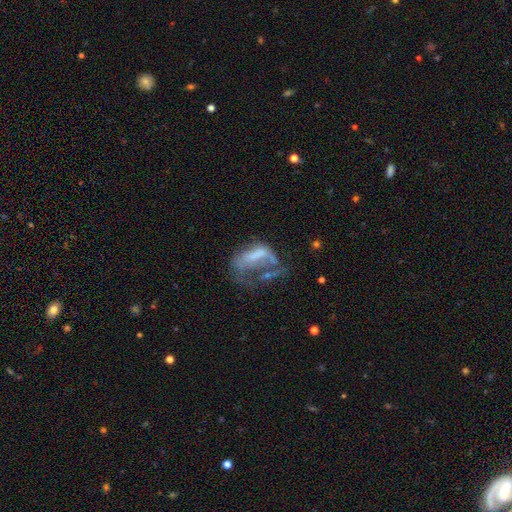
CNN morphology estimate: The model was most divided on "smooth or featured": featured or disk: 53%, smooth: 34%, star or artifact: 13%. More confident: edge-on disk — no (95%); spiral arms — no (76%); bar — no (62%); bulge size — none (57%); merging — major disturbance (55%).